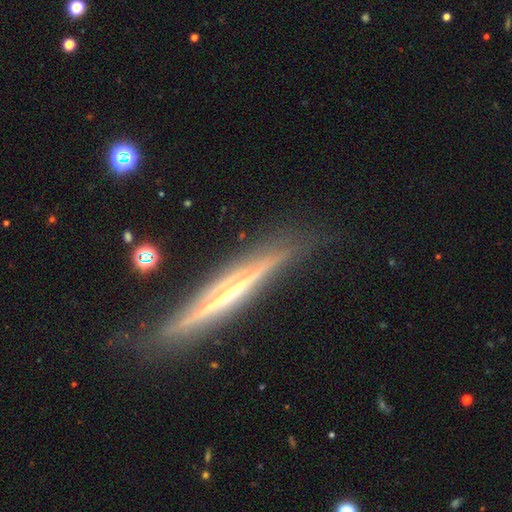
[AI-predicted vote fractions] The model was most divided on "edge-on bulge": rounded: 48%, none: 45%, boxy: 7%. More confident: edge-on disk — yes (95%); merging — none (79%); smooth or featured — featured or disk (77%).